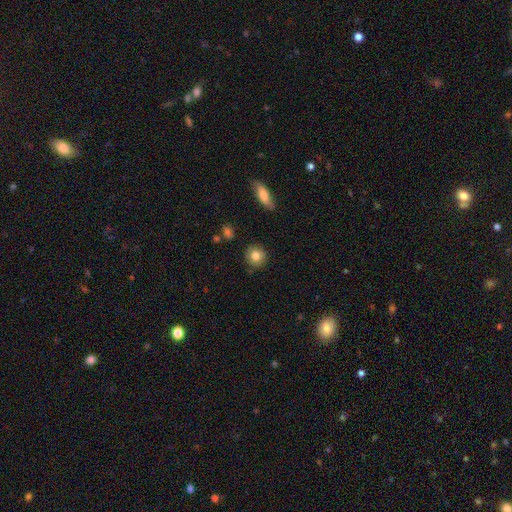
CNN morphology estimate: Overall: smooth (78%). How rounded: round (88%). Merging: none (85%).